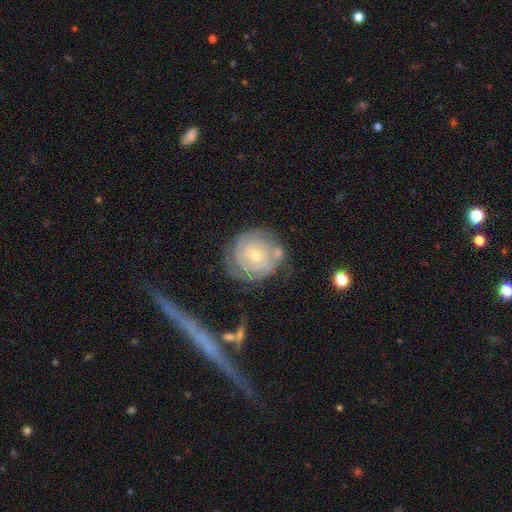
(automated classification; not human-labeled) A featured or disk galaxy (80%) with no bar (75%), can't tell (30%, tied with 2) tight (83%) spiral arms (94%) and a small central bulge (54%).

Vote fractions:
- Smooth or featured? featured or disk: 80% / smooth: 14% / star or artifact: 6%
- Edge-on disk? no: 97% / yes: 3%
- Bar? no: 75% / weak: 20% / strong: 5%
- Spiral arms? yes: 94% / no: 6%
- Spiral winding? tight: 83% / medium: 13% / loose: 3%
- Spiral arm count? can't tell: 30% (tied) / 2: 30% (tied) / 3: 22% / 4: 9% / 1: 5% / more than 4: 5%
- Bulge size? small: 54% / moderate: 43% / large: 1% / none: 1% / dominant: 1%
- Merging? none: 71% / minor disturbance: 17% / major disturbance: 6% / merger: 6%